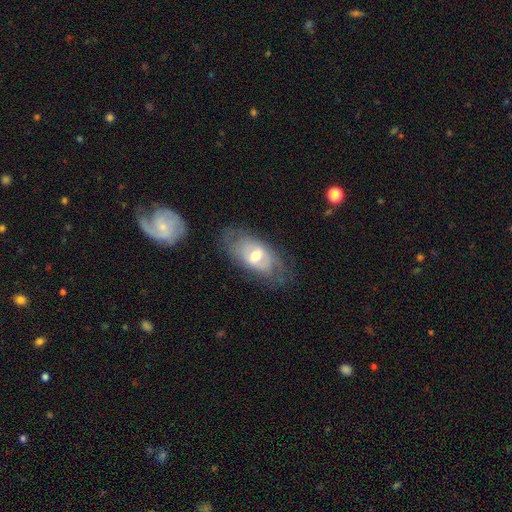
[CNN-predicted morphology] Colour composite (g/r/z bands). It shows a featured or disk galaxy (57%) with a weak bar (47%), spiral arms (53%) and a moderate central bulge (67%). Merging: none (63%).